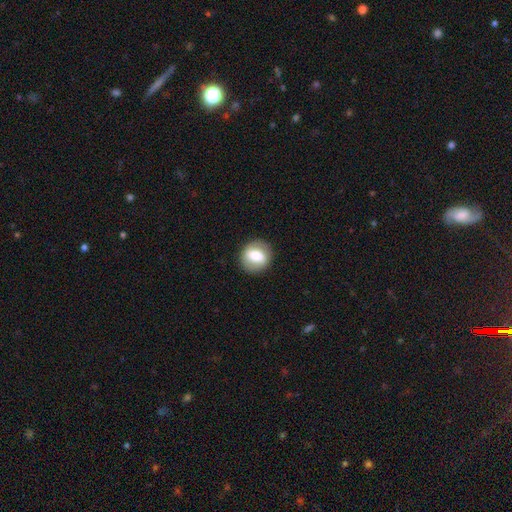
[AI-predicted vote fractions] smooth 62%, featured or disk 31%, star or artifact 7%. Down the decision tree: how rounded — round (73%); merging — none (87%).